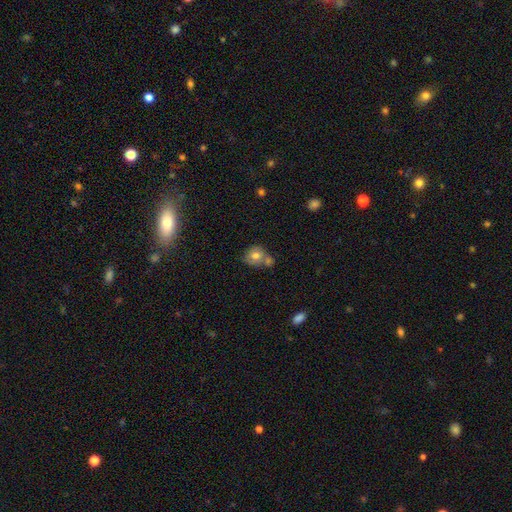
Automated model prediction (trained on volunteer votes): Smooth or featured? Predicted: smooth (p=0.71). How rounded? Predicted: round (p=0.66). Merging? Predicted: none (p=0.40).